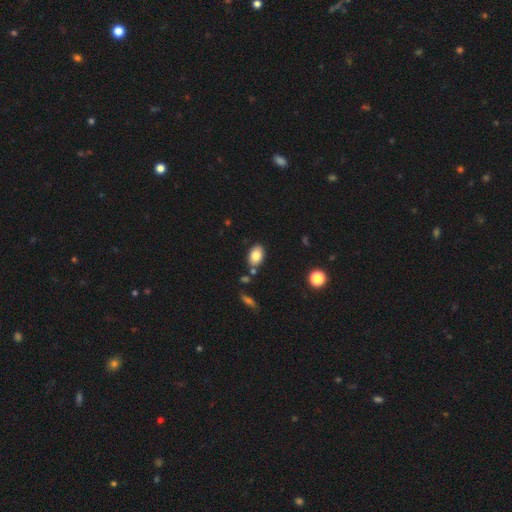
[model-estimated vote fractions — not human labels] A smooth galaxy with no disk features (82%) that is in between round and cigar-shaped (87%). Merging: none (79%).